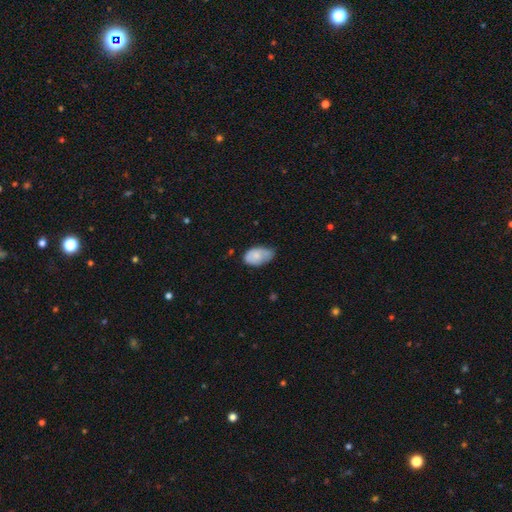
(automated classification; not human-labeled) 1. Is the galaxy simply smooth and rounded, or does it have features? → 76% smooth, 17% featured or disk, 7% star or artifact.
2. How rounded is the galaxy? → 93% in between, 6% round, 2% cigar-shaped.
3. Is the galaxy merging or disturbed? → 45% minor disturbance, 43% none, 9% major disturbance, 2% merger.